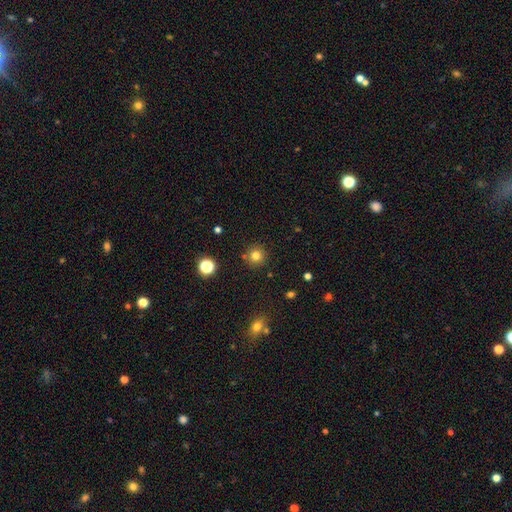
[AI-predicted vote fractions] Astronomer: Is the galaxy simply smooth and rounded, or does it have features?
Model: smooth — 79%.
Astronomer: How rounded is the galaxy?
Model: round — 94%.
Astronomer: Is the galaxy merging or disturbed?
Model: none — 85%.